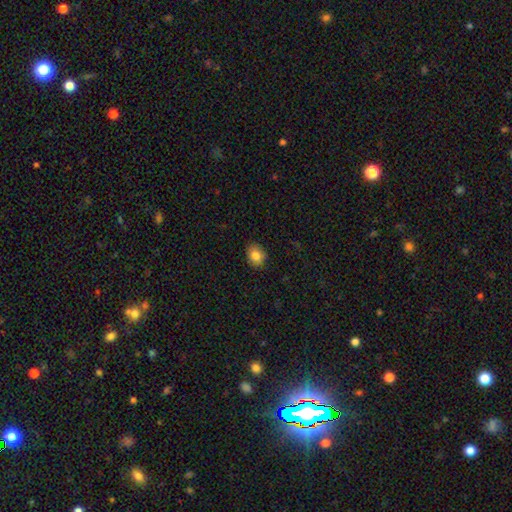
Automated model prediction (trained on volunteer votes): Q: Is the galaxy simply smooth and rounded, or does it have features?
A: smooth — 83%.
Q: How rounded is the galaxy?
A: in between — 58%.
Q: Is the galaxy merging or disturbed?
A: none — 86%.